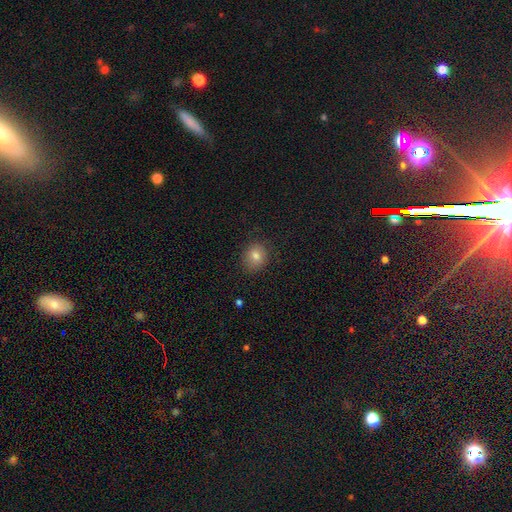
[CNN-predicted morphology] Overall: smooth (80%). How rounded: round (73%). Merging: none (85%).